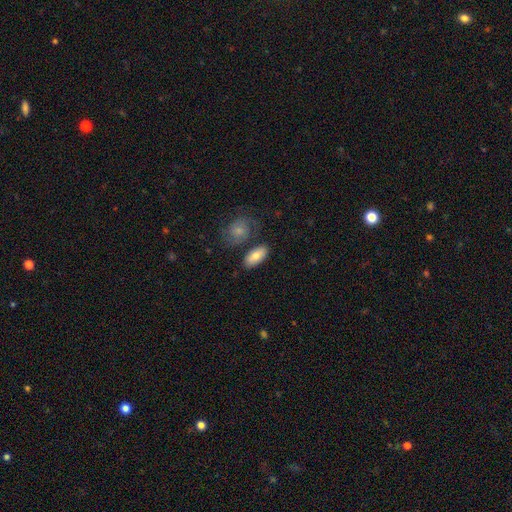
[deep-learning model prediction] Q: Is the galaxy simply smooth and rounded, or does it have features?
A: smooth — 77%.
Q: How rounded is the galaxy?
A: in between — 89%.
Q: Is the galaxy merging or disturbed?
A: none — 72%.